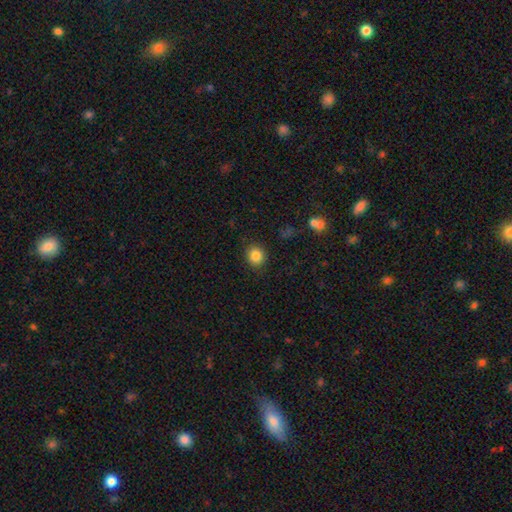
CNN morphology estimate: Smooth or featured? smooth (85%)
How rounded? round (81%)
Merging? none (89%)